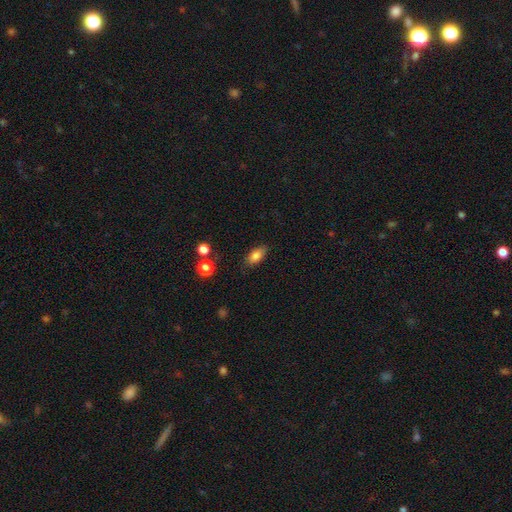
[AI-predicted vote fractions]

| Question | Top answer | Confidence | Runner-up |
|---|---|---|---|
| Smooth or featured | smooth | 82% | featured or disk (9%) |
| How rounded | in between | 87% | cigar-shaped (8%) |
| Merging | none | 81% | minor disturbance (14%) |